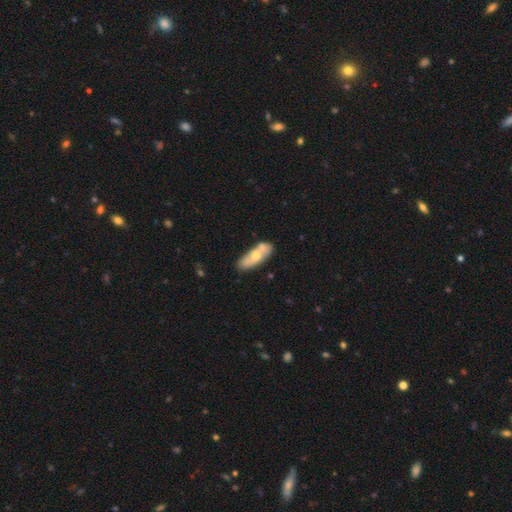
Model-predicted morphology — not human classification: smooth 58%, featured or disk 37%, star or artifact 6%. Down the decision tree: how rounded — in between (70%); merging — none (53%).